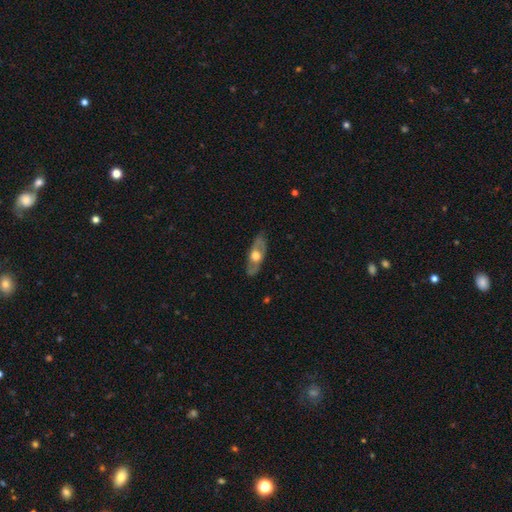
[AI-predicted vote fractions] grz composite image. It shows a featured or disk galaxy (58%). Merging: none (80%).